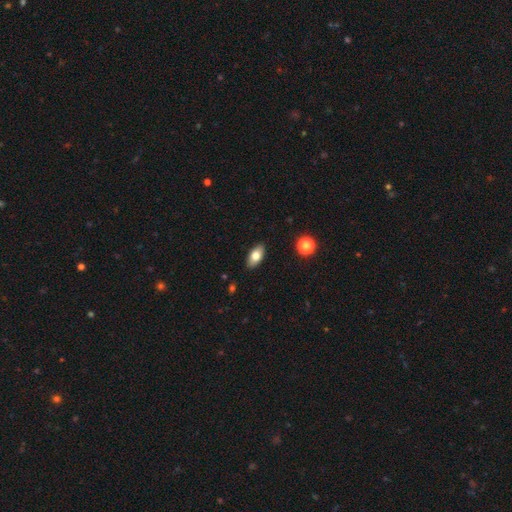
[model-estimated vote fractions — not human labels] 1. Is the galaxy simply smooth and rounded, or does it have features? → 75% smooth, 18% featured or disk, 8% star or artifact.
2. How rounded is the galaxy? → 89% in between, 6% cigar-shaped, 5% round.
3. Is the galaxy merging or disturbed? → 88% none, 9% minor disturbance, 2% major disturbance, 1% merger.